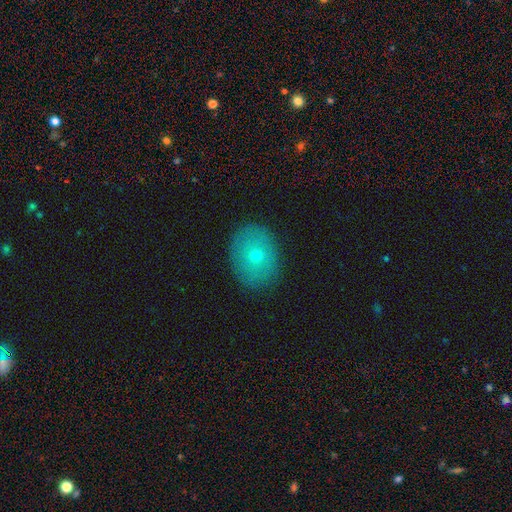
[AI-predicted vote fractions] Overall: smooth (64%; featured or disk 24%). How rounded: in between (56%; round 43%). Merging: none (87%).